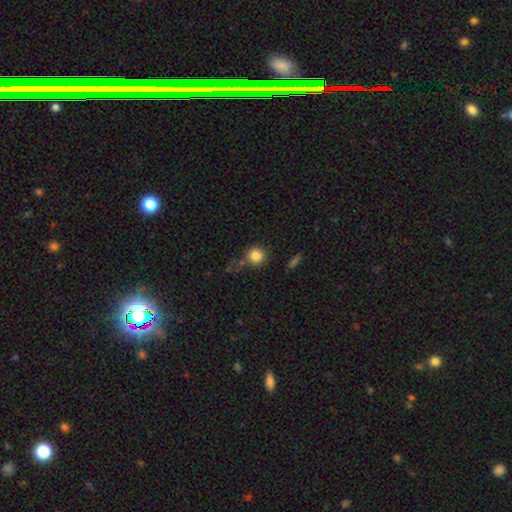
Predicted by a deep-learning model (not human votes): Smooth or featured?
  - smooth: 84% *
  - star or artifact: 10%
  - featured or disk: 6%
How rounded?
  - round: 92% *
  - in between: 7%
  - cigar-shaped: 1%
Merging?
  - none: 76% *
  - minor disturbance: 12%
  - merger: 7%
  - major disturbance: 5%